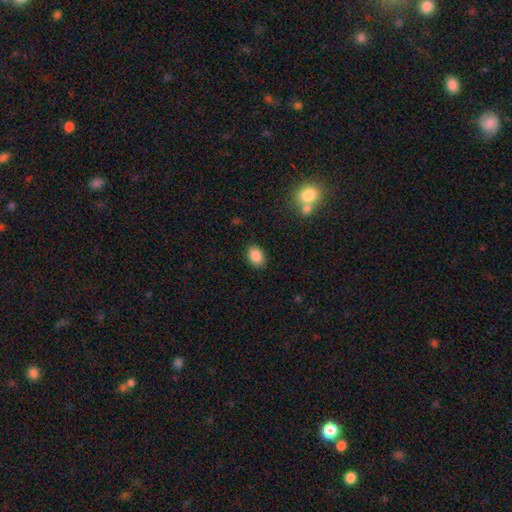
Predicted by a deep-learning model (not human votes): smooth 87%, star or artifact 9%, featured or disk 4%. Down the decision tree: how rounded — in between (74%); merging — none (87%).